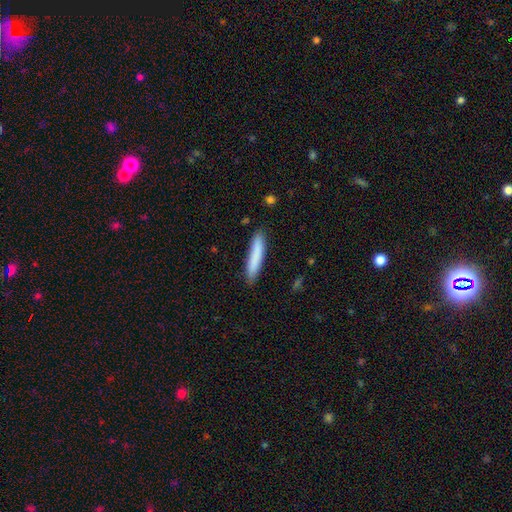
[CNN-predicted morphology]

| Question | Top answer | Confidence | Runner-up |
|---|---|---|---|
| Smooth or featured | smooth | 83% | featured or disk (11%) |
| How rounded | cigar-shaped | 90% | in between (9%) |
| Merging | none | 86% | minor disturbance (10%) |